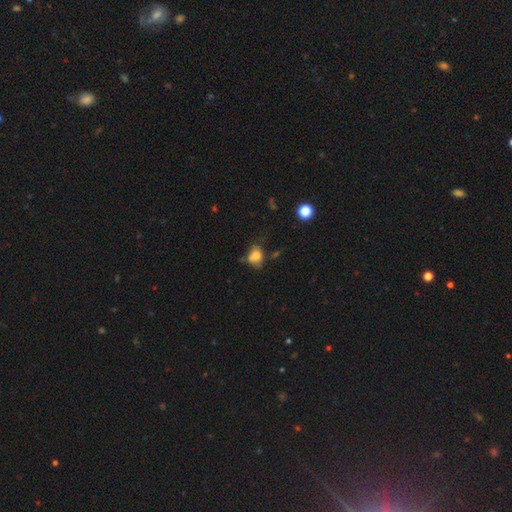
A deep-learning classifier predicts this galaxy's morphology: Smooth or featured: smooth — 75% (featured or disk — 13%)
How rounded: in between — 51% (round — 48%)
Merging: none — 46% (minor disturbance — 29%)